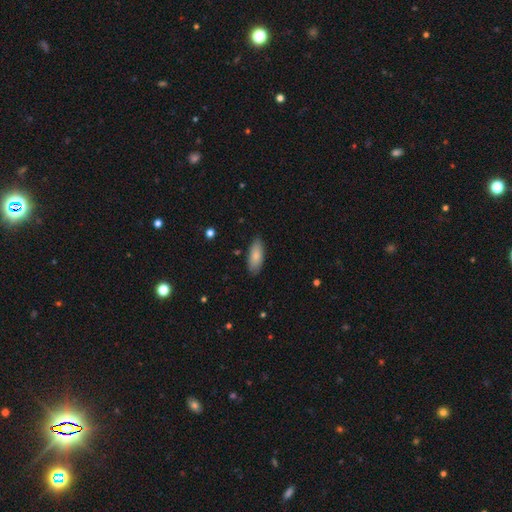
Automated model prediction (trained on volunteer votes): Overall: smooth (82%). How rounded: in between (79%). Merging: none (84%).